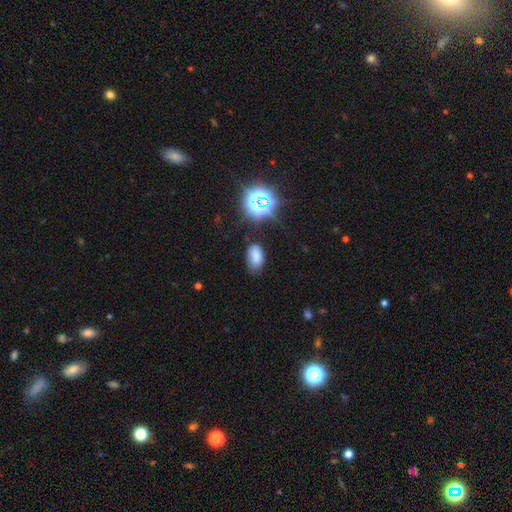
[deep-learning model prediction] Smooth or featured? smooth (73%)
How rounded? in between (92%)
Merging? none (75%)